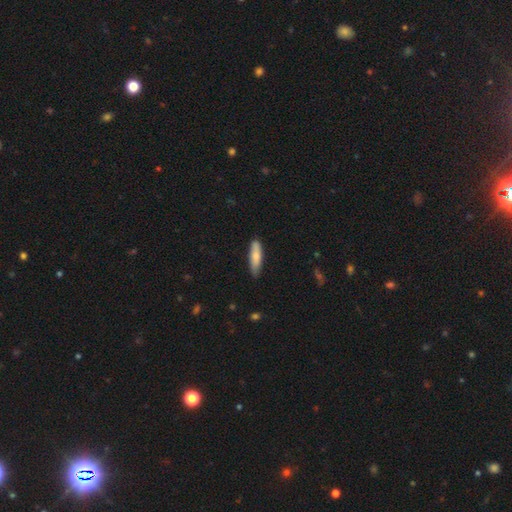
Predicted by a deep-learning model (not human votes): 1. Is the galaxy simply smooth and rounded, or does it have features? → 76% smooth, 18% featured or disk, 6% star or artifact.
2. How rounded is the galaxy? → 67% cigar-shaped, 31% in between, 2% round.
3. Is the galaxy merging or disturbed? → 79% none, 17% minor disturbance, 2% major disturbance, 1% merger.